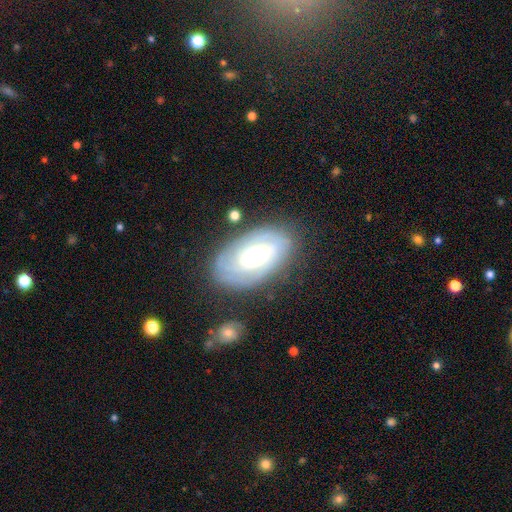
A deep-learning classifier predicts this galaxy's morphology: A featured or disk galaxy (74%) with no bar (54%), tight (66%) spiral arms (87%) and a moderate central bulge (50%). Merging: none (76%).